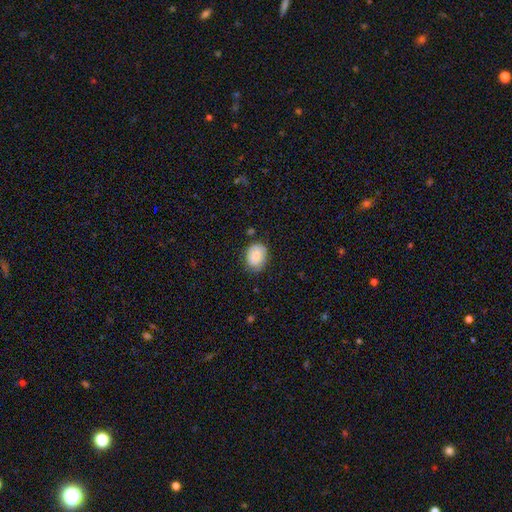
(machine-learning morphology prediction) type=smooth (81%); roundness=in between (60%); merging=none (73%).